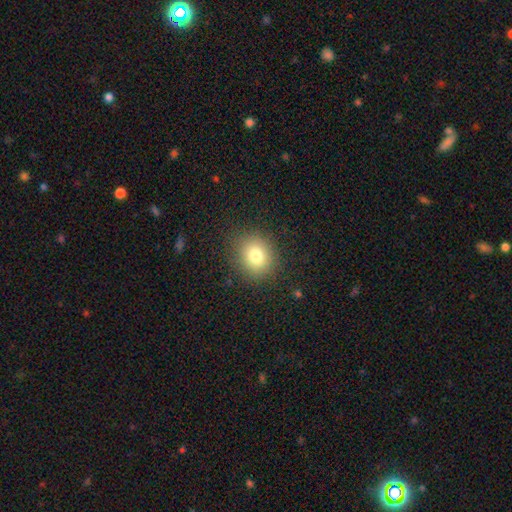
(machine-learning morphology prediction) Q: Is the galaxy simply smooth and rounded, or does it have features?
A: smooth — 79%.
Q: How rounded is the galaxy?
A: round — 74%.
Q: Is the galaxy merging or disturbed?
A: none — 87%.